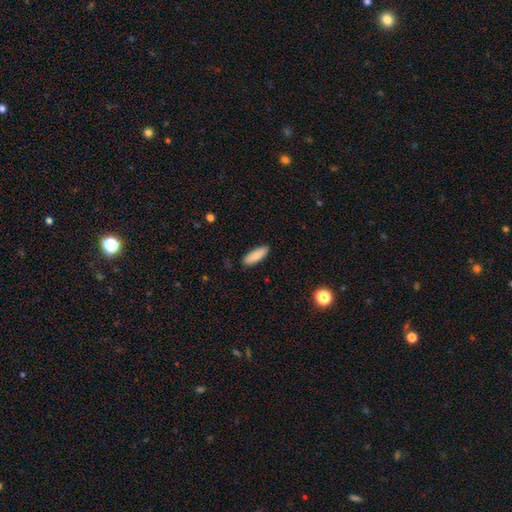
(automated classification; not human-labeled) Morphology: type=smooth (87%); roundness=in between (56%); merging=none (86%).